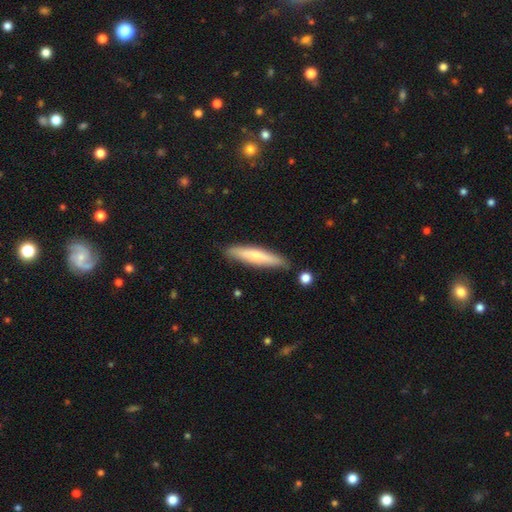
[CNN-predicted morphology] smooth_or_featured: smooth (p=0.62) [alt: featured or disk p=0.32]
how_rounded: cigar-shaped (p=0.88) [alt: in between p=0.11]
merging: none (p=0.85) [alt: minor disturbance p=0.11]